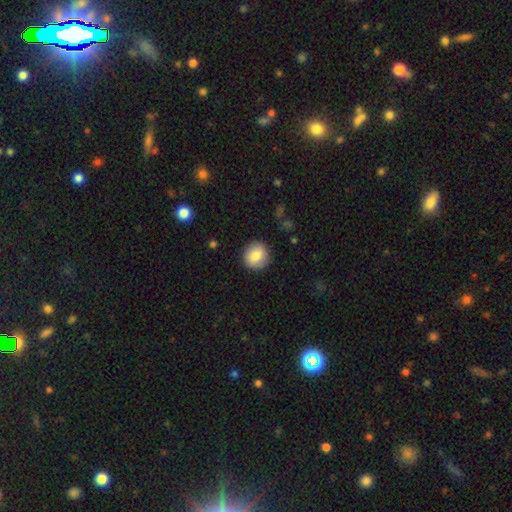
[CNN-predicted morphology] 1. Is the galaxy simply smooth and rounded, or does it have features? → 82% smooth, 10% featured or disk, 8% star or artifact.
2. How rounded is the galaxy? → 91% round, 8% in between, 1% cigar-shaped.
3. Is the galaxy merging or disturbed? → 89% none, 8% minor disturbance, 2% major disturbance, 1% merger.